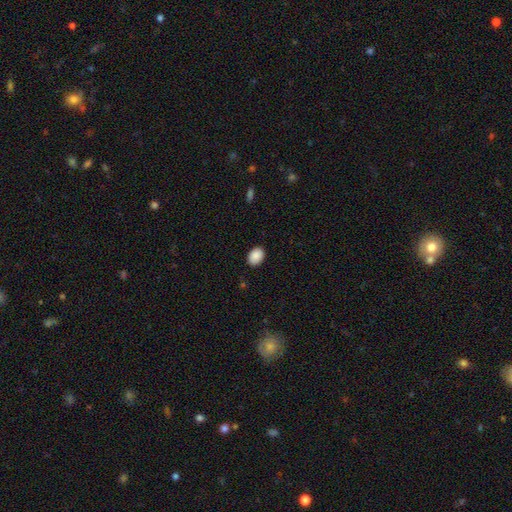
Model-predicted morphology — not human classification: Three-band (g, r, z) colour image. It shows a smooth galaxy with no disk features (90%) that is in between round and cigar-shaped (75%). Merging: none (88%).